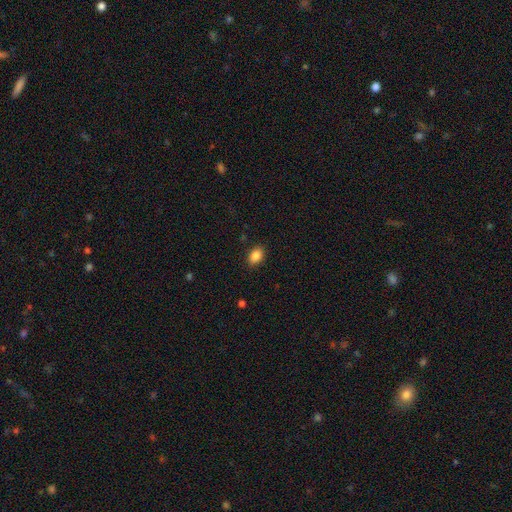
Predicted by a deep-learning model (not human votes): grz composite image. It shows a smooth galaxy with no disk features (87%) that is in between round and cigar-shaped (82%). Merging: none (87%).